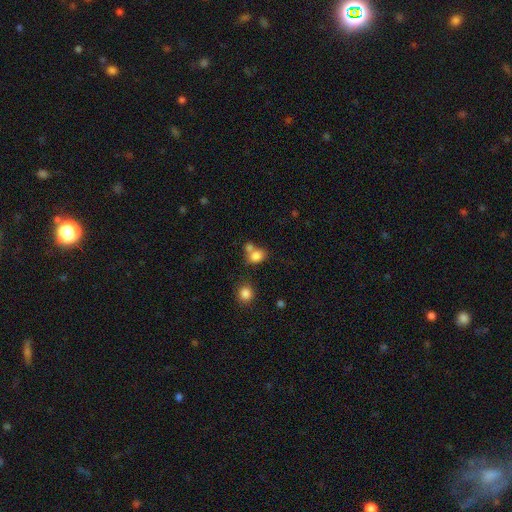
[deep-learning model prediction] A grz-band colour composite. It shows a smooth galaxy with no disk features (80%) that is in between round and cigar-shaped (54%). Merging: none (41%, tied with merger).